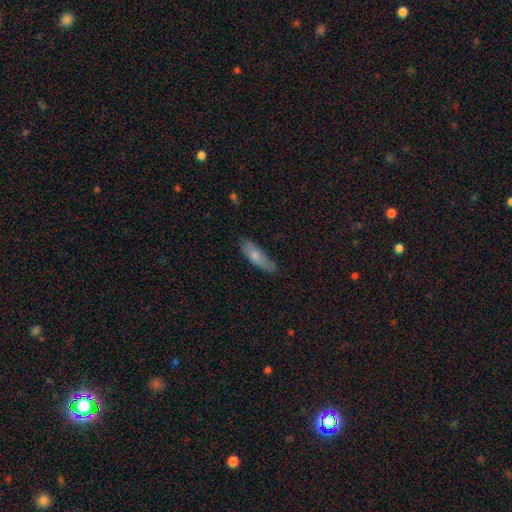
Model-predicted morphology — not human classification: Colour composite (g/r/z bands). It shows a smooth galaxy with no disk features (70%) that is cigar-shaped (50%). Merging: none (70%).